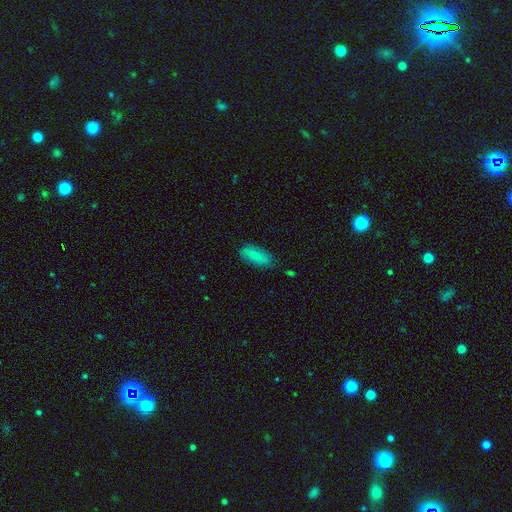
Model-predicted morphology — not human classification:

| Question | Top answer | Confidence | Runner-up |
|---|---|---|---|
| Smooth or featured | smooth | 81% | featured or disk (12%) |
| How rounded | in between | 80% | cigar-shaped (18%) |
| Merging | none | 75% | minor disturbance (19%) |